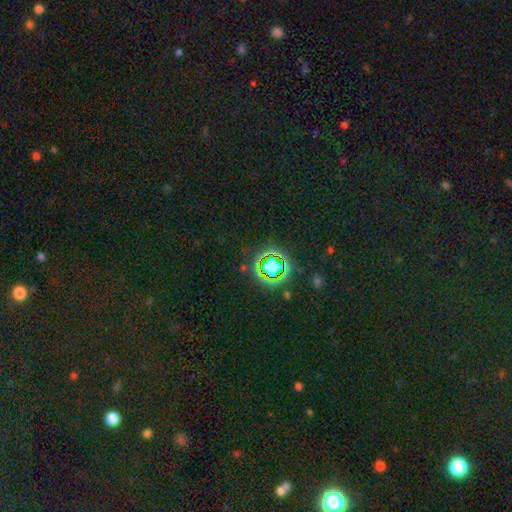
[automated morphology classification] smooth-or-featured: star or artifact: 77% | smooth: 16% | featured or disk: 7%